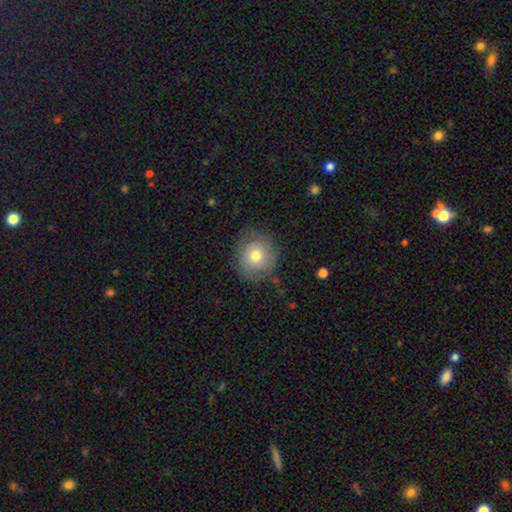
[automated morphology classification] smooth-or-featured: smooth: 67% | featured or disk: 25% | star or artifact: 8%
  how-rounded: round: 86% | in between: 13% | cigar-shaped: 1%
  merging: none: 74% | minor disturbance: 18% | major disturbance: 6% | merger: 1%